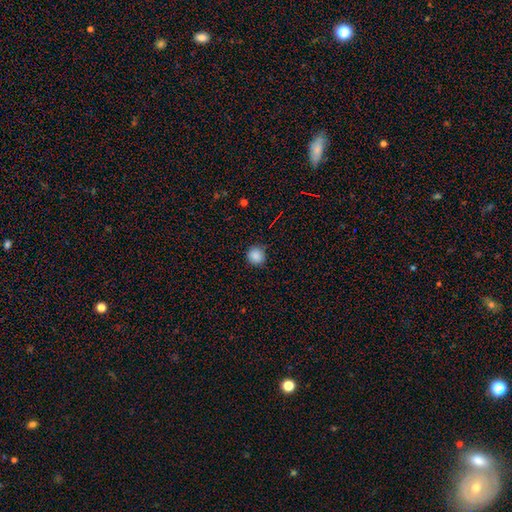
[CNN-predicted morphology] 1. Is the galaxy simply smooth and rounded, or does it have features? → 86% smooth, 11% star or artifact, 3% featured or disk.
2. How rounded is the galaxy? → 92% round, 7% in between, 1% cigar-shaped.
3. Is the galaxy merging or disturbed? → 87% none, 10% minor disturbance, 2% major disturbance, 1% merger.